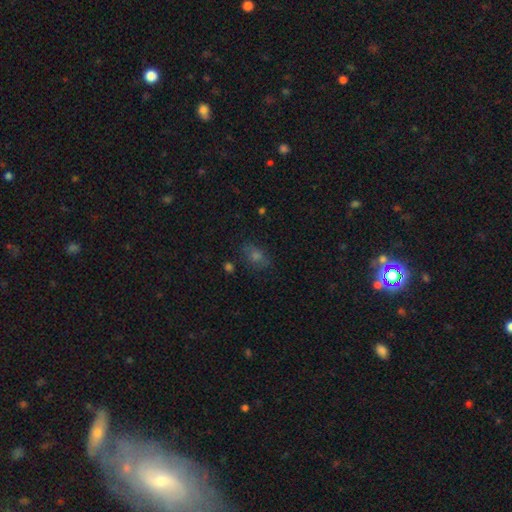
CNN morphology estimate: A smooth galaxy with no disk features (50%). Merging: none (79%).